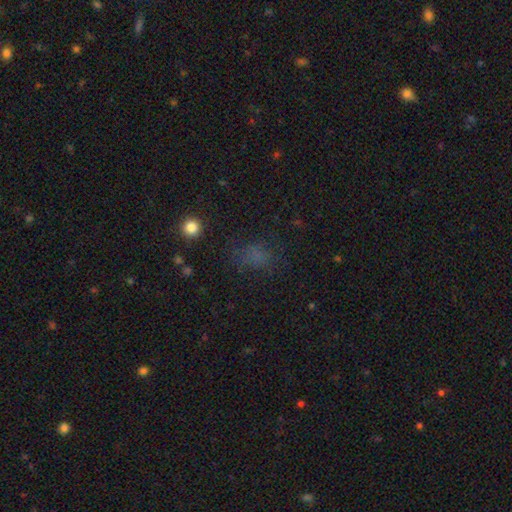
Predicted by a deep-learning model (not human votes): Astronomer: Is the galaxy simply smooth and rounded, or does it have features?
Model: smooth — 61%.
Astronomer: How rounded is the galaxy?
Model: in between — 62%.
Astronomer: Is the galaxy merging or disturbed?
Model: none — 65%.